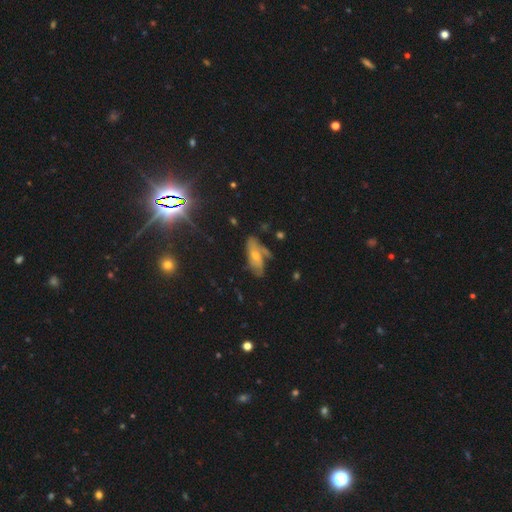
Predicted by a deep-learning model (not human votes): This appears to be a featured or disk galaxy (47%). Merging: none (47%).